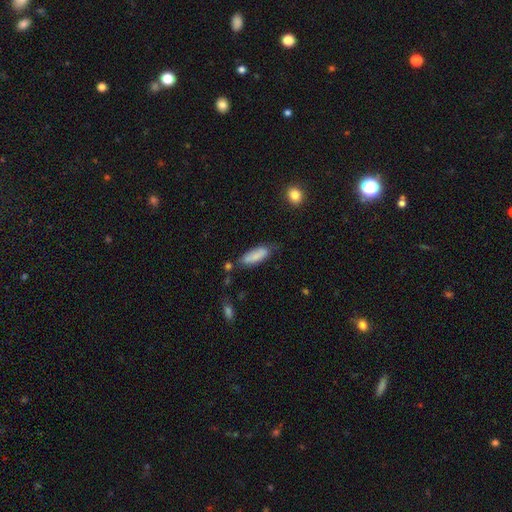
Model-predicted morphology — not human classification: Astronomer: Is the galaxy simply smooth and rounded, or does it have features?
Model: smooth — 81%.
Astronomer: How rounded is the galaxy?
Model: in between — 64%.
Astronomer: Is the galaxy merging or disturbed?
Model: none — 60%.